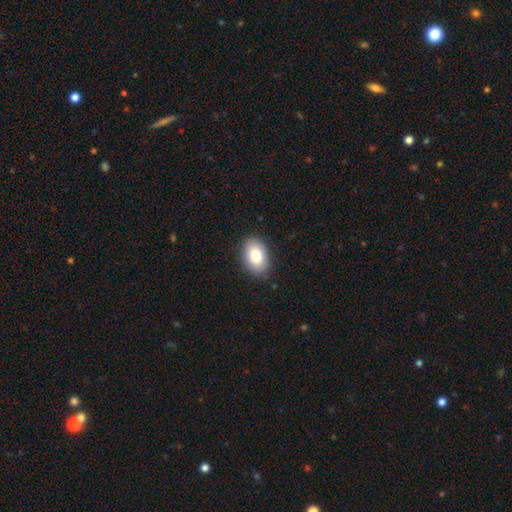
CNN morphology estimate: Overall: smooth (83%). How rounded: in between (89%). Merging: none (86%).